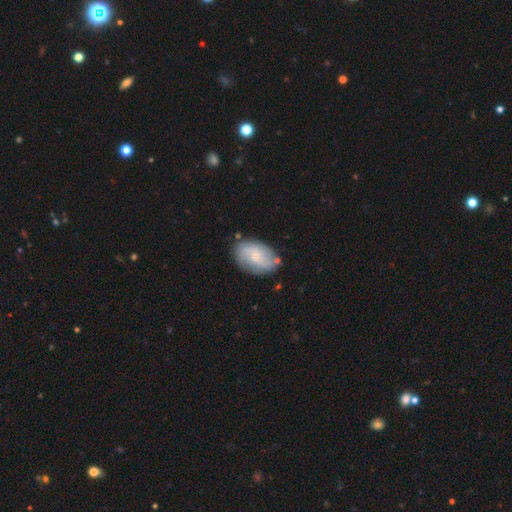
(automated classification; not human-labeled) A featured or disk galaxy (47%).

Vote fractions:
- Smooth or featured? featured or disk: 47% / smooth: 46% / star or artifact: 7%
- Merging? none: 74% / minor disturbance: 18% / major disturbance: 5% / merger: 3%